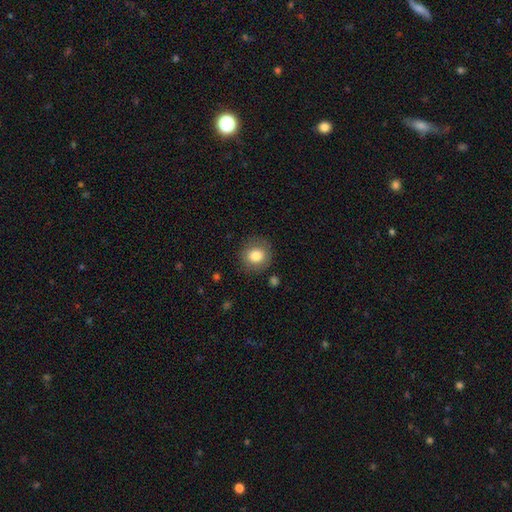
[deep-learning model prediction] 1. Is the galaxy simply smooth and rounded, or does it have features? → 82% smooth, 9% featured or disk, 9% star or artifact.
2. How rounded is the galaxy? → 86% round, 13% in between, 1% cigar-shaped.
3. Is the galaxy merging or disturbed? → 85% none, 10% minor disturbance, 4% major disturbance, 2% merger.